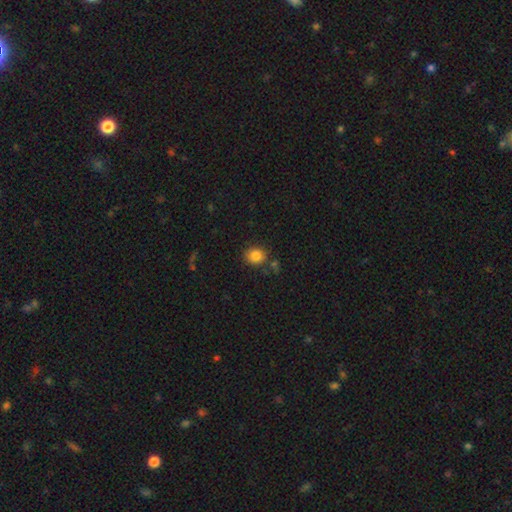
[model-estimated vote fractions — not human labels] A smooth galaxy with no disk features (83%) that is round (73%). Merging: none (77%).